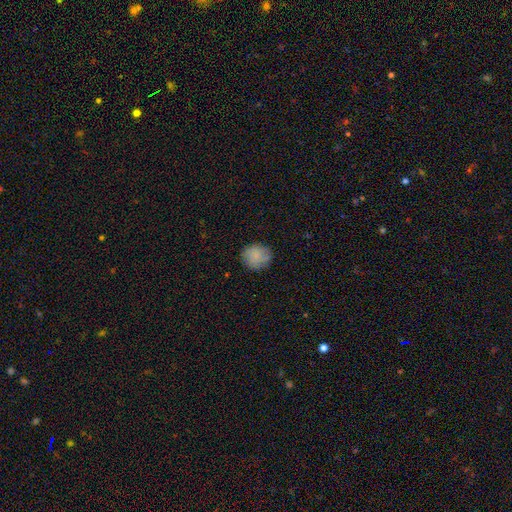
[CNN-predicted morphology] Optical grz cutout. It shows a smooth galaxy with no disk features (78%) that is round (82%). Merging: none (80%).